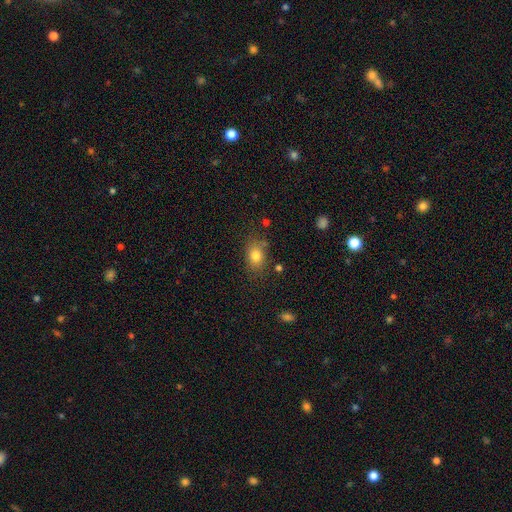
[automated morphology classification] type=smooth (81%); roundness=in between (69%); merging=none (74%).